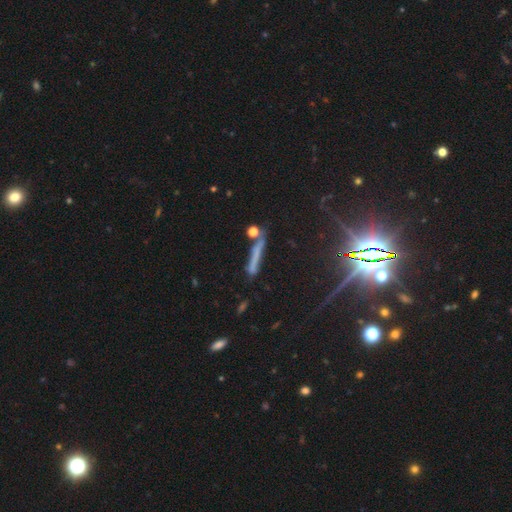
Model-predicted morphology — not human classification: Q: Smooth or featured?
A: smooth (49%); runner-up: featured or disk (30%)
Q: Merging?
A: none (68%); runner-up: minor disturbance (18%)